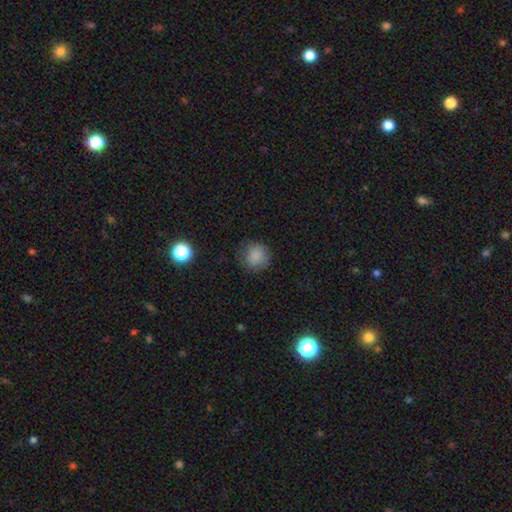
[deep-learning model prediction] This appears to be a smooth galaxy with no disk features (84%) that is round (91%). Merging: none (81%).